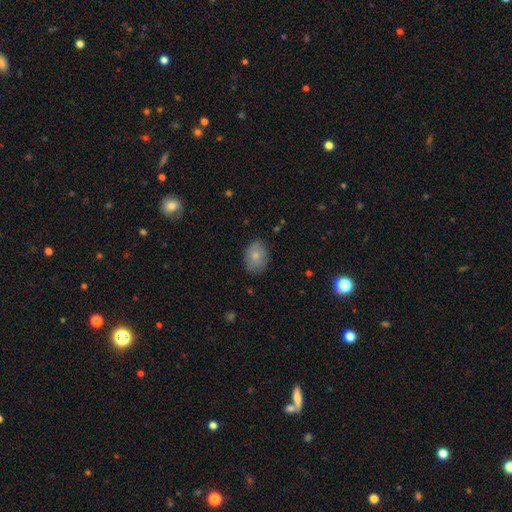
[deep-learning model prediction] A smooth galaxy with no disk features (79%) that is in between round and cigar-shaped (79%).

Vote fractions:
- Smooth or featured? smooth: 79% / featured or disk: 14% / star or artifact: 8%
- How rounded? in between: 79% / round: 20% / cigar-shaped: 1%
- Merging? none: 81% / minor disturbance: 15% / major disturbance: 3% / merger: 1%